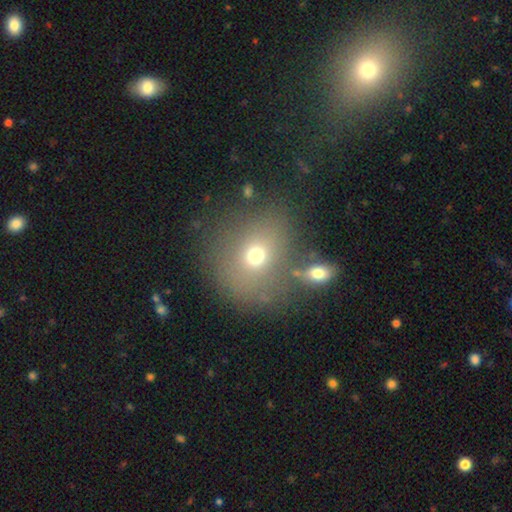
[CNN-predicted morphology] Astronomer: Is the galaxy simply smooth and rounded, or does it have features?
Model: smooth — 68%.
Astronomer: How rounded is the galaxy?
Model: round — 53% (runner-up: in between, 46%).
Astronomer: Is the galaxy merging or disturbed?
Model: none — 63%.